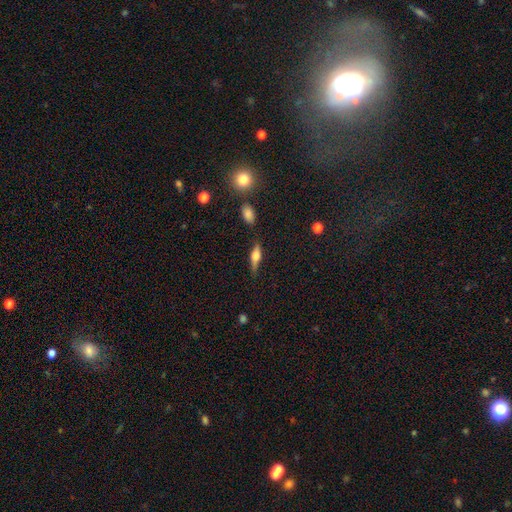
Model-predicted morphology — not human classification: Smooth or featured: featured or disk — 53% (smooth — 39%)
Edge-on disk: yes — 93% (no — 7%)
Merging: none — 77% (minor disturbance — 16%)